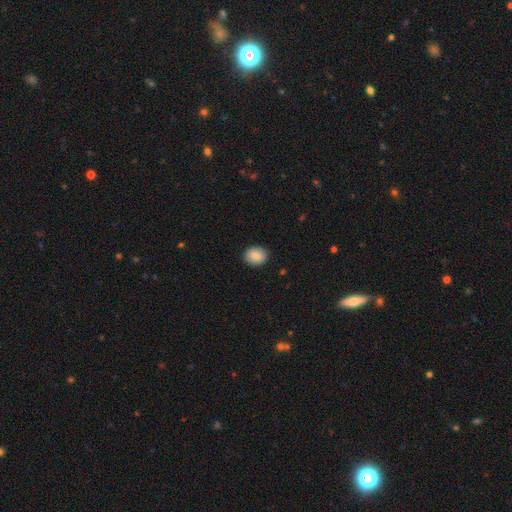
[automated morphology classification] A smooth galaxy with no disk features (87%) that is round (54%).

Vote fractions:
- Smooth or featured? smooth: 87% / star or artifact: 7% / featured or disk: 6%
- How rounded? round: 54% / in between: 45% / cigar-shaped: 1%
- Merging? none: 90% / minor disturbance: 7% / major disturbance: 2% / merger: 1%